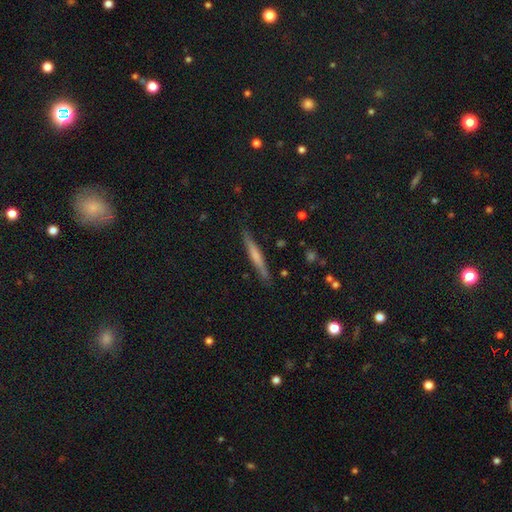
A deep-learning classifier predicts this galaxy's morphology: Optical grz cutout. It shows a smooth galaxy with no disk features (50%) that is cigar-shaped (95%). Merging: none (87%).